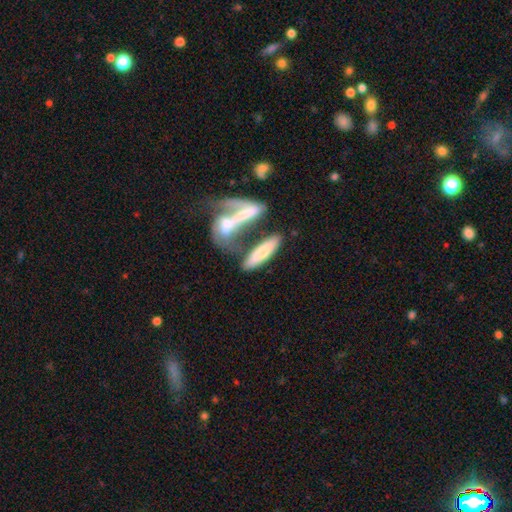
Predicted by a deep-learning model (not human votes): Smooth or featured? Predicted: smooth (p=0.68). How rounded? Predicted: cigar-shaped (p=0.60). Merging? Predicted: merger (p=0.43).